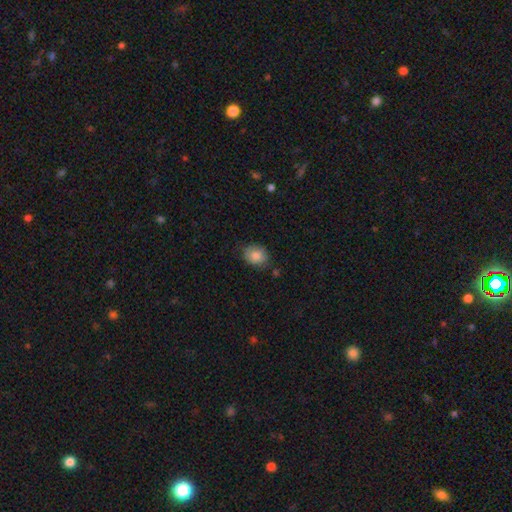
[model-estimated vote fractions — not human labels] Smooth or featured: smooth — 83% (featured or disk — 9%)
How rounded: in between — 52% (round — 47%)
Merging: none — 74% (minor disturbance — 20%)